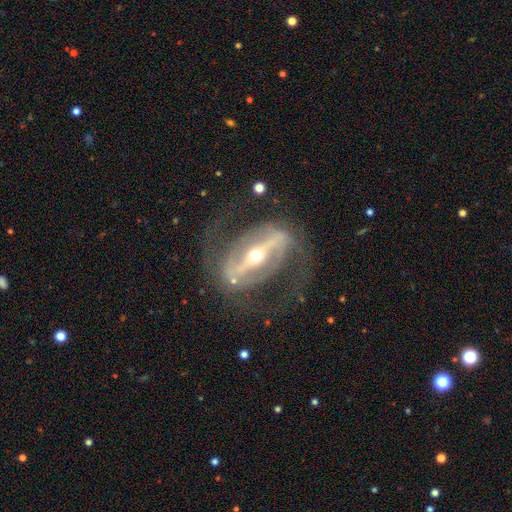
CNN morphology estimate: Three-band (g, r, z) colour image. It shows a featured or disk galaxy (89%) with a strong bar (80%), 2 (88%) medium (48%) spiral arms (85%) and a small central bulge (50%). Merging: none (69%).